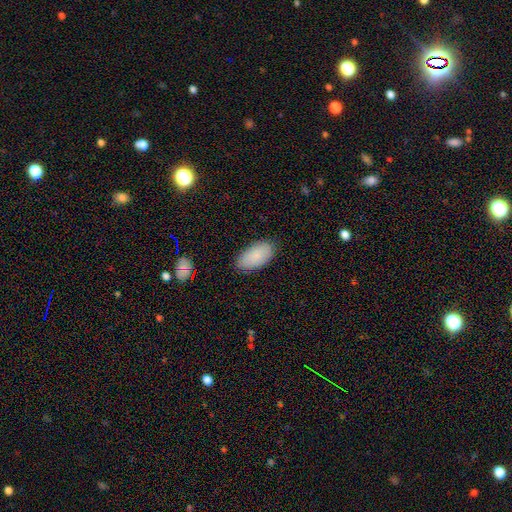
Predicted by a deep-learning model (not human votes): Smooth or featured?
  - smooth: 84% *
  - featured or disk: 9%
  - star or artifact: 7%
How rounded?
  - in between: 95% *
  - cigar-shaped: 3%
  - round: 2%
Merging?
  - none: 83% *
  - minor disturbance: 13%
  - major disturbance: 3%
  - merger: 1%